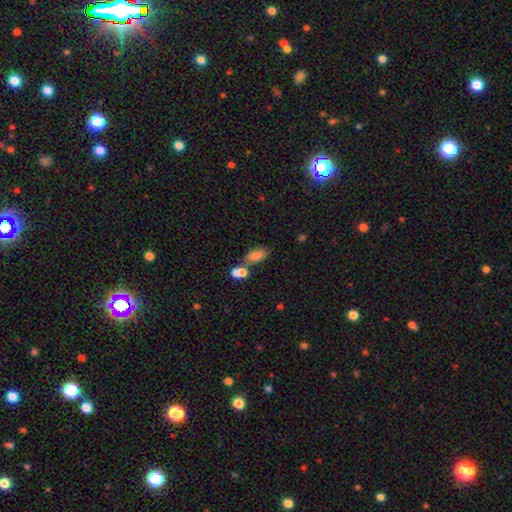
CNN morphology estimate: Overall: smooth (76%). How rounded: in between (87%). Merging: none (46%; merger 38%).